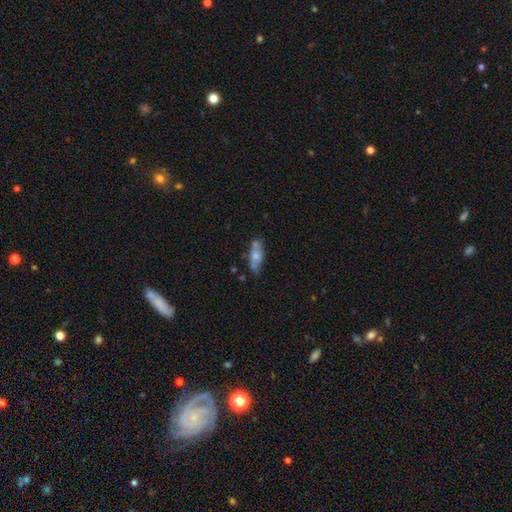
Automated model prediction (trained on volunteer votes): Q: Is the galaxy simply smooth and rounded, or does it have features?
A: smooth — 61%.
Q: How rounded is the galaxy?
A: in between — 63%.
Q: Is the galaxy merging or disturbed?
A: none — 61%.